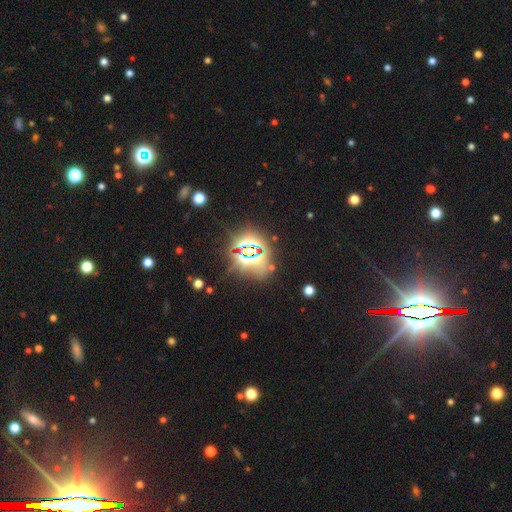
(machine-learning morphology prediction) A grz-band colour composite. It shows a star or artifact, not a galaxy (79%).